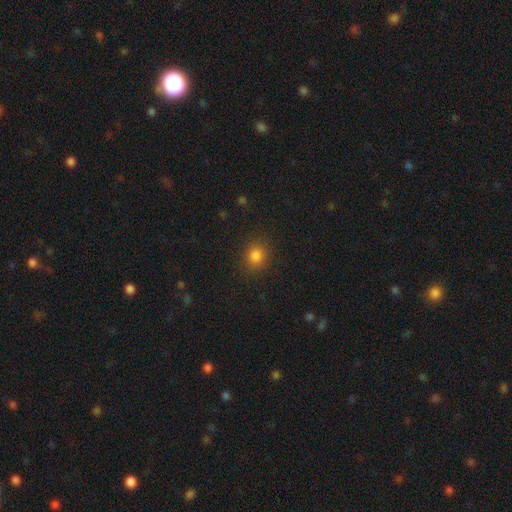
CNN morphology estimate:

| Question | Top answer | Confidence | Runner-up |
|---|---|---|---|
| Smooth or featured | smooth | 83% | star or artifact (13%) |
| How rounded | round | 73% | in between (26%) |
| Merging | none | 87% | minor disturbance (9%) |